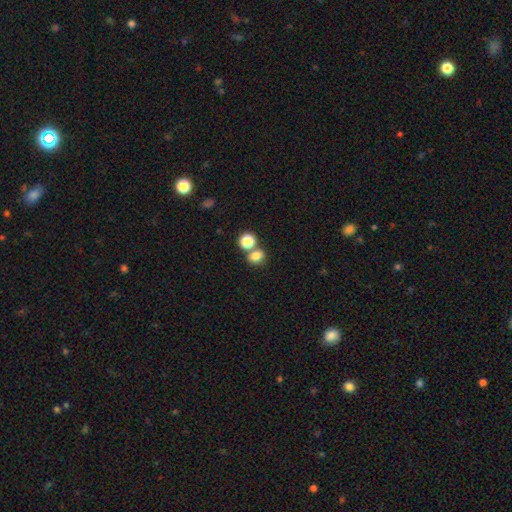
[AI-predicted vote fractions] Smooth or featured? Predicted: smooth (p=0.78). How rounded? Predicted: round (p=0.55). Merging? Predicted: none (p=0.55).